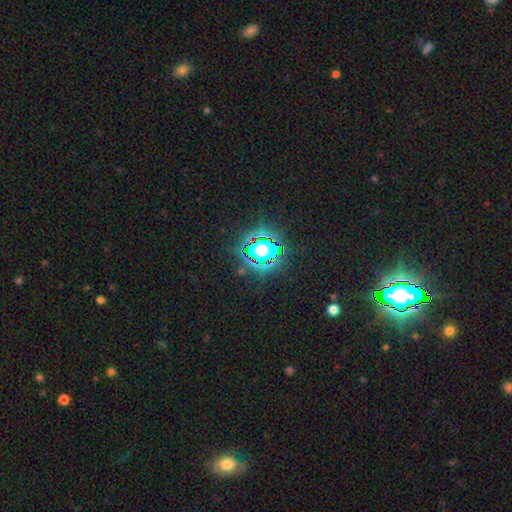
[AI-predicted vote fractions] Overall: star or artifact (82%).